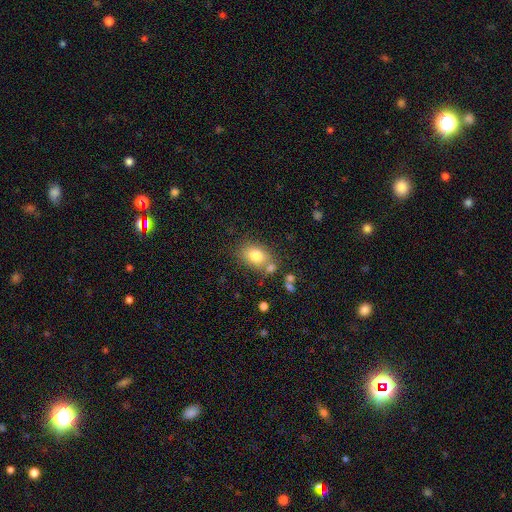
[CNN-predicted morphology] Smooth or featured? smooth (79%)
How rounded? in between (74%)
Merging? none (65%)